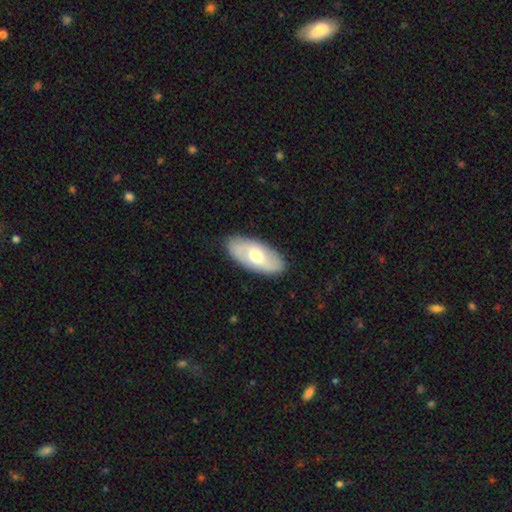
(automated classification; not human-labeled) This appears to be a smooth galaxy with no disk features (49%). Merging: none (88%).